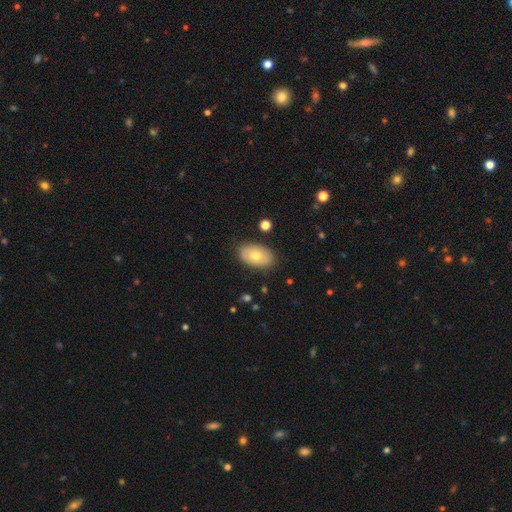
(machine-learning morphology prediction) Q: Smooth or featured?
A: smooth (65%); runner-up: featured or disk (28%)
Q: How rounded?
A: in between (92%); runner-up: round (7%)
Q: Merging?
A: none (85%); runner-up: minor disturbance (11%)